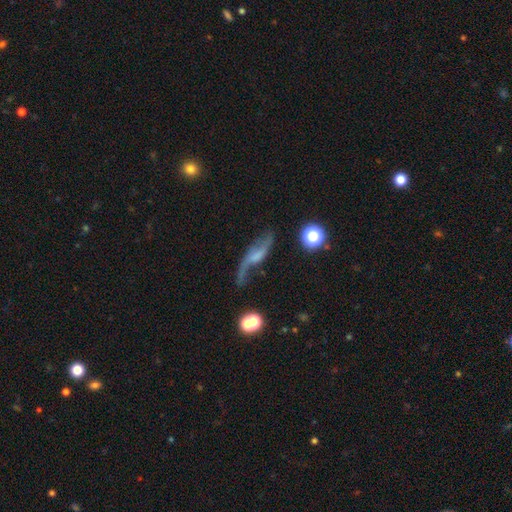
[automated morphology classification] Smooth or featured? Predicted: featured or disk (p=0.75). Edge-on disk? Predicted: no (p=0.86). Bar? Predicted: no (p=0.45). Spiral arms? Predicted: yes (p=0.92). Spiral winding? Predicted: loose (p=0.91). Spiral arm count? Predicted: 2 (p=0.89). Bulge size? Predicted: none (p=0.41). Merging? Predicted: none (p=0.59).